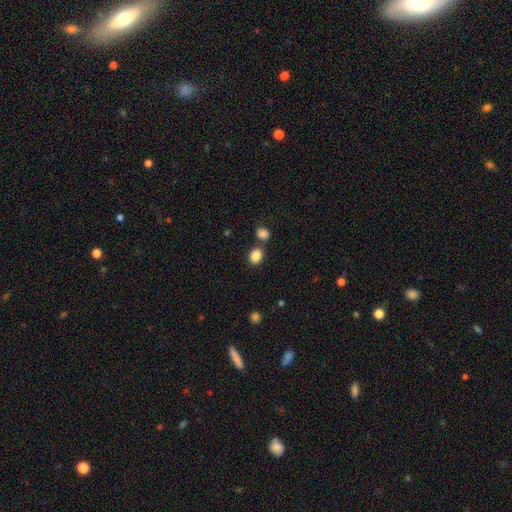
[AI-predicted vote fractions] Overall: smooth (86%). How rounded: round (51%; in between 48%). Merging: none (65%).